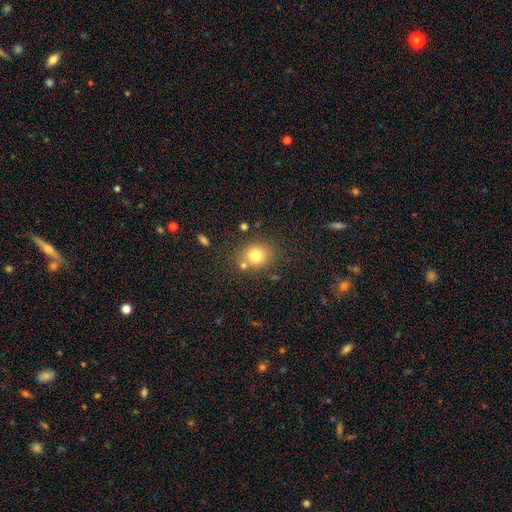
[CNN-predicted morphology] This appears to be a smooth galaxy with no disk features (77%) that is round (69%). Merging: none (73%).